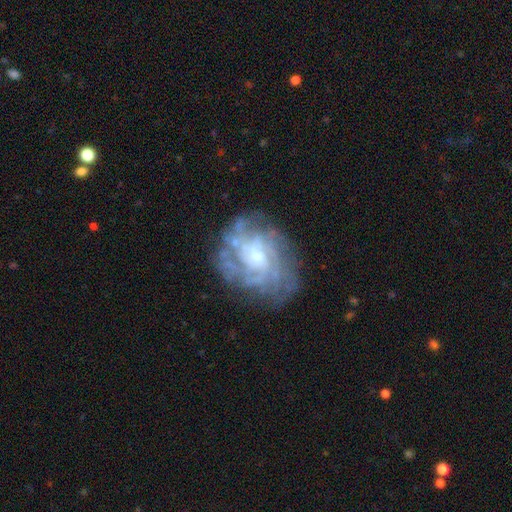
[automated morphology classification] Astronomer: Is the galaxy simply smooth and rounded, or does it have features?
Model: featured or disk — 83%.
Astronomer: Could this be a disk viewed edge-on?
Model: no — 97%.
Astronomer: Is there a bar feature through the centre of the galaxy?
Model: no — 63%.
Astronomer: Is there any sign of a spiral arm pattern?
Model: yes — 90%.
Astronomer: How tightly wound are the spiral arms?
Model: tight — 61%.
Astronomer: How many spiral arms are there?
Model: can't tell — 42% (runner-up: 4, 18%).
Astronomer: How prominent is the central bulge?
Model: small — 51% (runner-up: moderate, 41%).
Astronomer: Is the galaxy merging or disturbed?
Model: none — 72%.